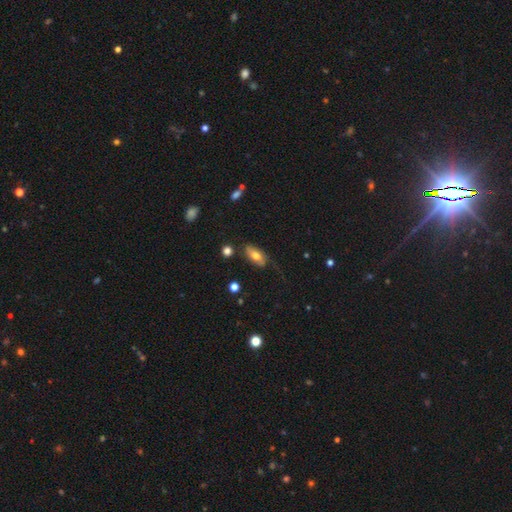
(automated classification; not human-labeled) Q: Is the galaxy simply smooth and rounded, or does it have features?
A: smooth — 62%.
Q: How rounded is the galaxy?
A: in between — 86%.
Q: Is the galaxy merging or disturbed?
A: none — 53%.